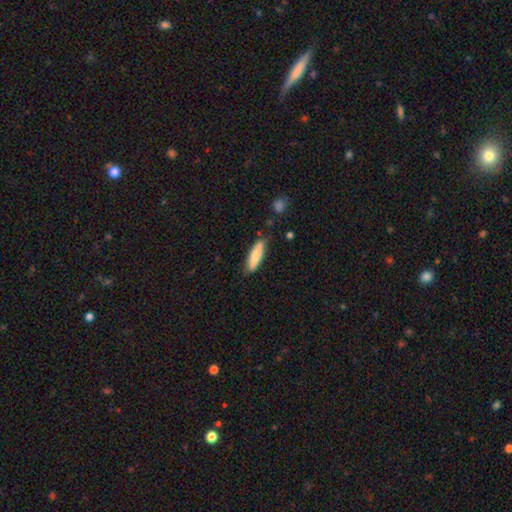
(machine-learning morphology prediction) Smooth or featured?
  - smooth: 77% *
  - featured or disk: 18%
  - star or artifact: 6%
How rounded?
  - cigar-shaped: 60% *
  - in between: 38%
  - round: 2%
Merging?
  - none: 82% *
  - minor disturbance: 13%
  - major disturbance: 2%
  - merger: 2%